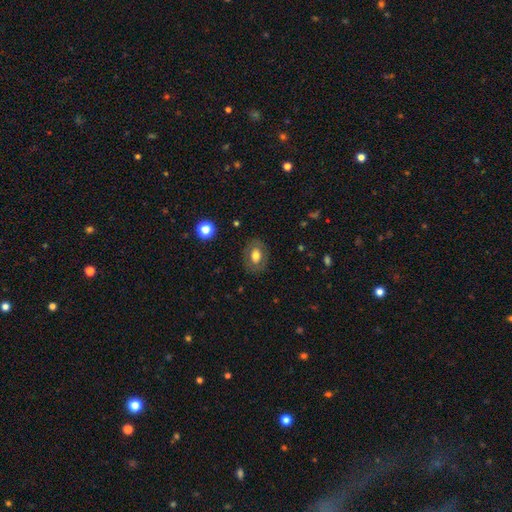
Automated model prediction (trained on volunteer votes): Overall: smooth (63%; featured or disk 29%). How rounded: in between (66%; round 33%). Merging: none (82%).